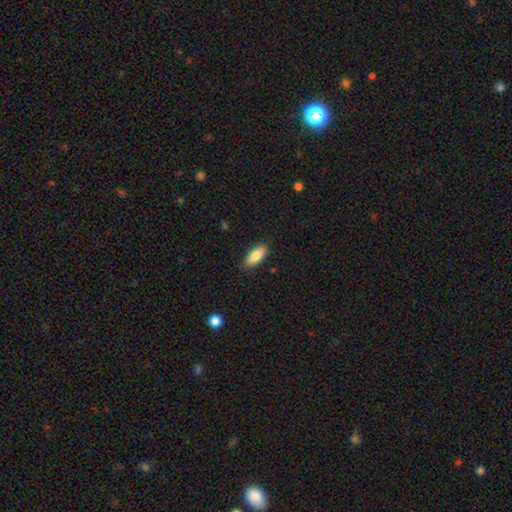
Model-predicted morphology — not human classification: A smooth galaxy with no disk features (83%) that is in between round and cigar-shaped (82%).

Vote fractions:
- Smooth or featured? smooth: 83% / featured or disk: 11% / star or artifact: 6%
- How rounded? in between: 82% / cigar-shaped: 16% / round: 2%
- Merging? none: 88% / minor disturbance: 9% / major disturbance: 2% / merger: 1%